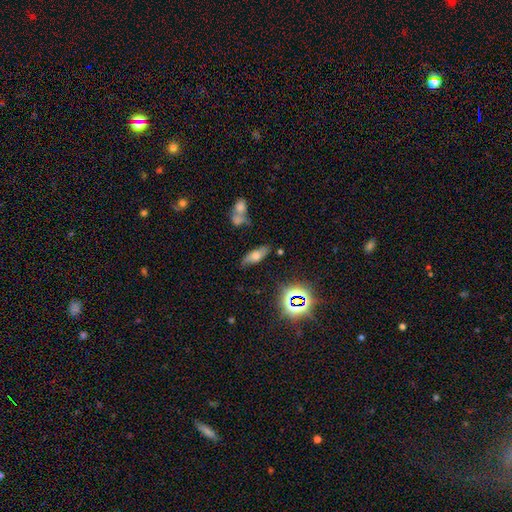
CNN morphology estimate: type=smooth (56%); roundness=in between (70%); merging=none (73%).